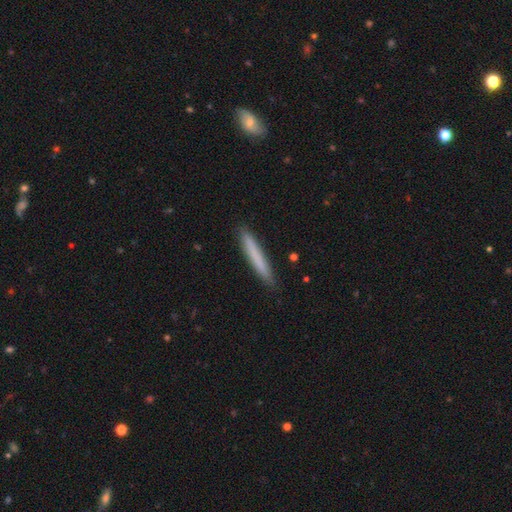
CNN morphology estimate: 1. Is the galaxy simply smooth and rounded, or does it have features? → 75% smooth, 19% featured or disk, 6% star or artifact.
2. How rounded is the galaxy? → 96% cigar-shaped, 3% in between, 1% round.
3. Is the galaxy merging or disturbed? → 89% none, 8% minor disturbance, 1% major disturbance, 1% merger.